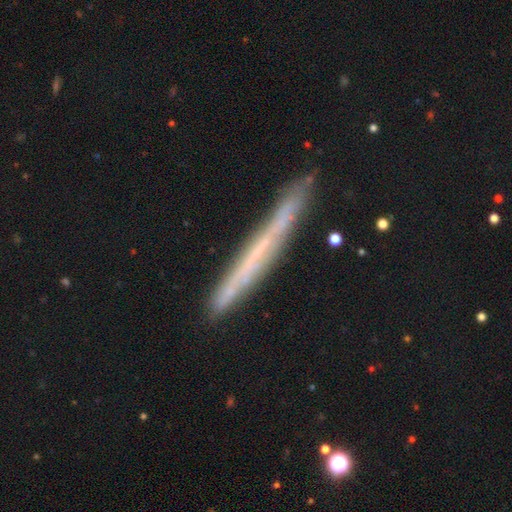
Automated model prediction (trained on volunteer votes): Morphology: type=featured or disk (52%); edge-on=yes (92%); merging=none (85%).